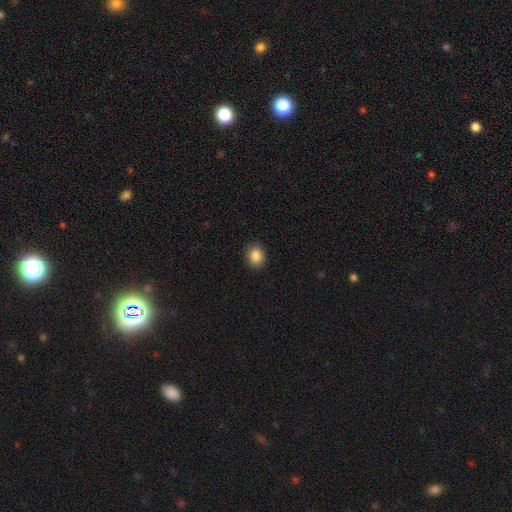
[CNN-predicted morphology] Smooth or featured? Predicted: smooth (p=0.88). How rounded? Predicted: in between (p=0.53). Merging? Predicted: none (p=0.89).